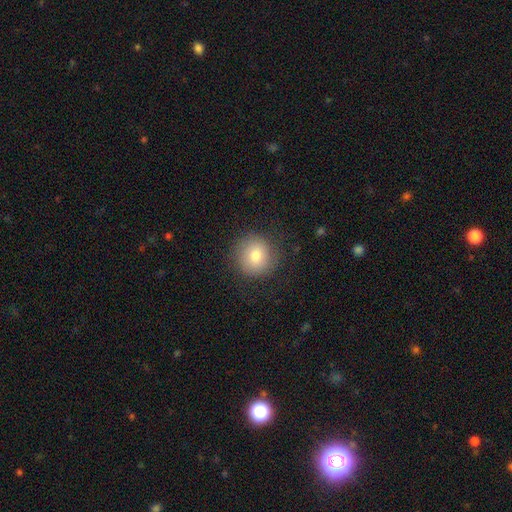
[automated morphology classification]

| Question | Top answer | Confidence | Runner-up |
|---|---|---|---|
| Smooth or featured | smooth | 77% | featured or disk (13%) |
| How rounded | round | 89% | in between (10%) |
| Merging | none | 84% | minor disturbance (10%) |